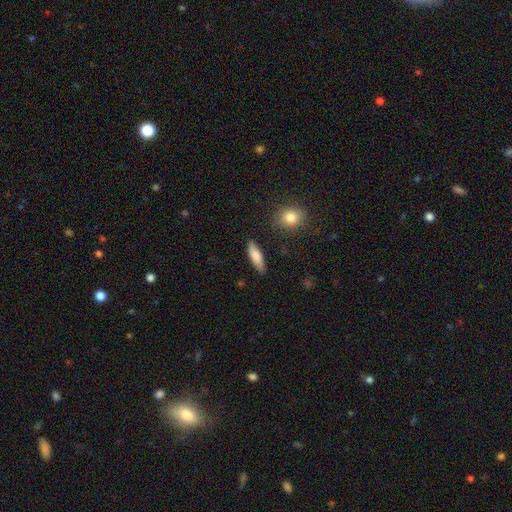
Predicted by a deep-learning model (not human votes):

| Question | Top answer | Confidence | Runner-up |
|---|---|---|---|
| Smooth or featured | smooth | 81% | featured or disk (13%) |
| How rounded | cigar-shaped | 50% | in between (47%) |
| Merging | none | 83% | minor disturbance (12%) |